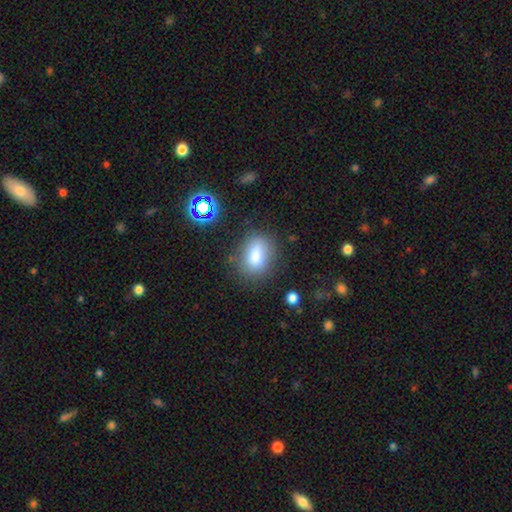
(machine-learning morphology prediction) Smooth or featured: smooth — 80% (star or artifact — 11%)
How rounded: in between — 72% (round — 26%)
Merging: none — 73% (minor disturbance — 17%)